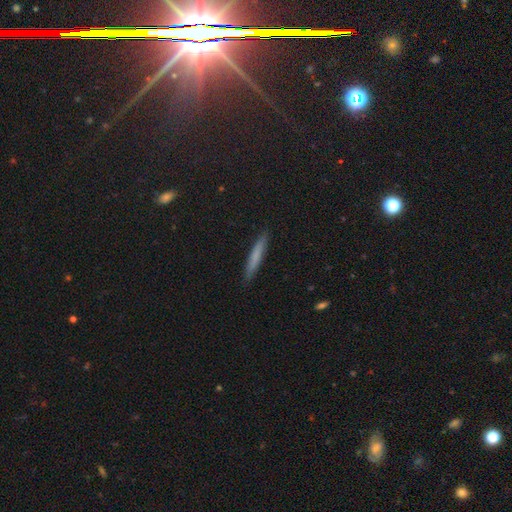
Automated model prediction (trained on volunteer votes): The model was most divided on "smooth or featured": smooth: 70%, featured or disk: 23%, star or artifact: 7%. More confident: how rounded — cigar-shaped (95%); merging — none (90%).